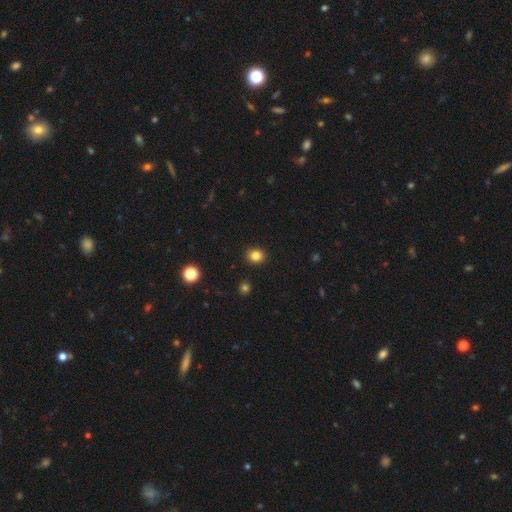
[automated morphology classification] Q: Smooth or featured?
A: smooth (83%); runner-up: star or artifact (12%)
Q: How rounded?
A: round (73%); runner-up: in between (26%)
Q: Merging?
A: none (91%); runner-up: minor disturbance (6%)